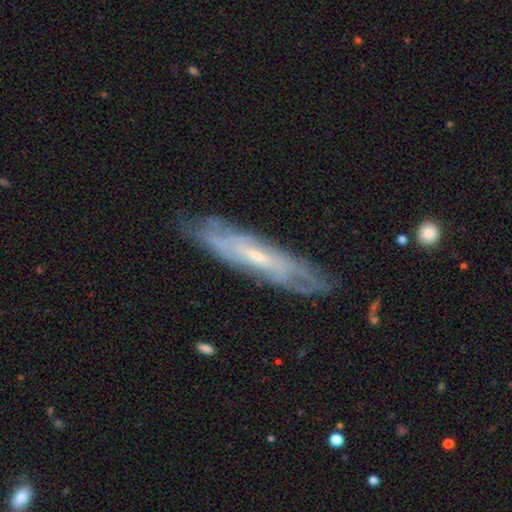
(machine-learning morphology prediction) smooth_or_featured: featured or disk (p=0.75) [alt: smooth p=0.19]
disk_edge_on: no (p=0.54) [alt: yes p=0.46]
merging: none (p=0.79) [alt: minor disturbance p=0.16]